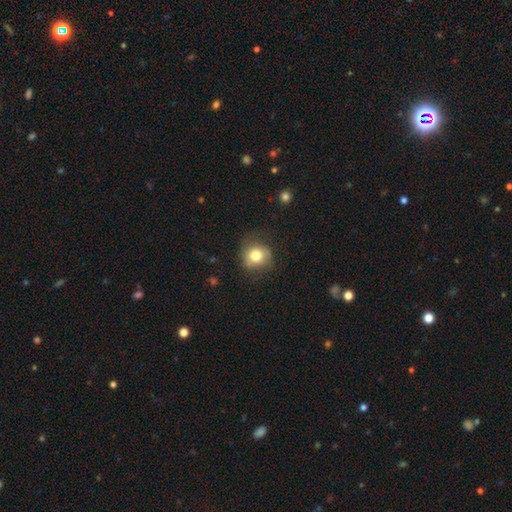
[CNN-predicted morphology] type=smooth (77%); roundness=round (79%); merging=none (69%).